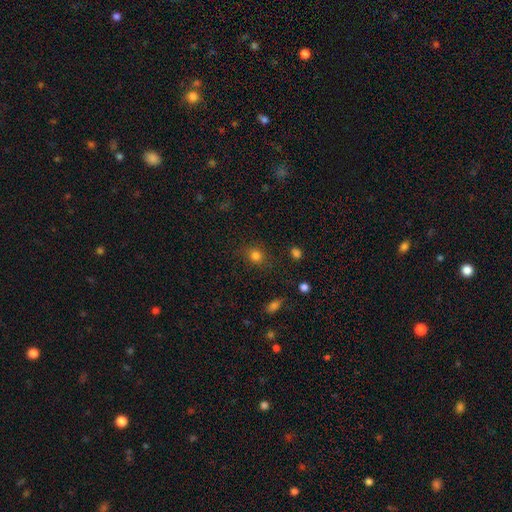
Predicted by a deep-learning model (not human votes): Smooth or featured?
  - smooth: 79% *
  - star or artifact: 15%
  - featured or disk: 6%
How rounded?
  - round: 77% *
  - in between: 22%
  - cigar-shaped: 1%
Merging?
  - none: 80% *
  - minor disturbance: 13%
  - major disturbance: 5%
  - merger: 2%